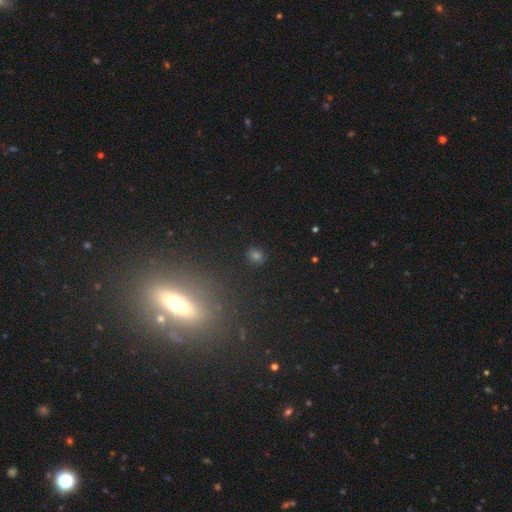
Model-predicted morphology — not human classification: smooth-or-featured: smooth: 58% | star or artifact: 30% | featured or disk: 13%
  how-rounded: round: 67% | in between: 28% | cigar-shaped: 5%
  merging: none: 84% | minor disturbance: 9% | major disturbance: 4% | merger: 3%